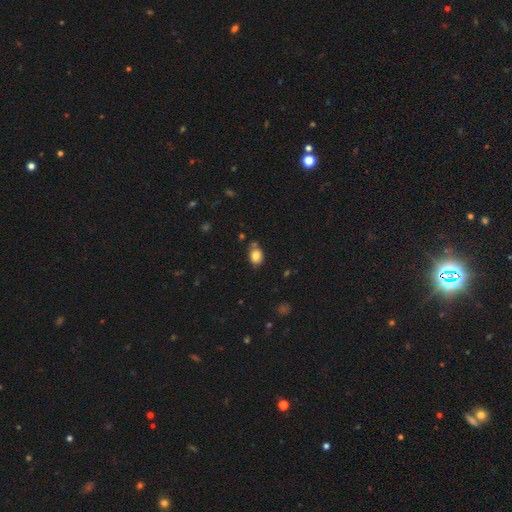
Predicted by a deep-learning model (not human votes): A smooth galaxy with no disk features (82%) that is in between round and cigar-shaped (67%).

Vote fractions:
- Smooth or featured? smooth: 82% / star or artifact: 10% / featured or disk: 8%
- How rounded? in between: 67% / round: 32% / cigar-shaped: 1%
- Merging? none: 67% / minor disturbance: 19% / merger: 9% / major disturbance: 4%